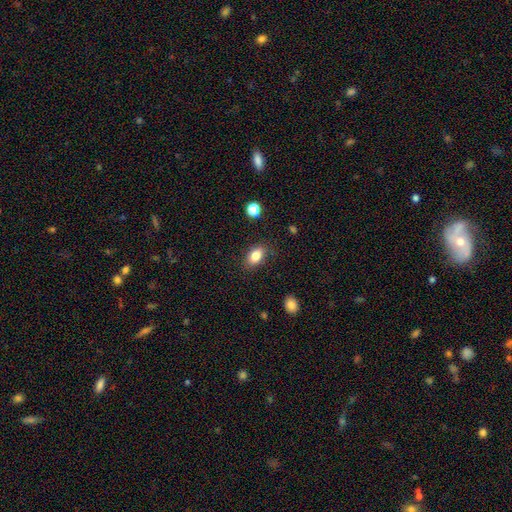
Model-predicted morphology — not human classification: A smooth galaxy with no disk features (83%) that is in between round and cigar-shaped (86%).

Vote fractions:
- Smooth or featured? smooth: 83% / star or artifact: 9% / featured or disk: 8%
- How rounded? in between: 86% / round: 12% / cigar-shaped: 2%
- Merging? none: 84% / minor disturbance: 11% / major disturbance: 3% / merger: 1%